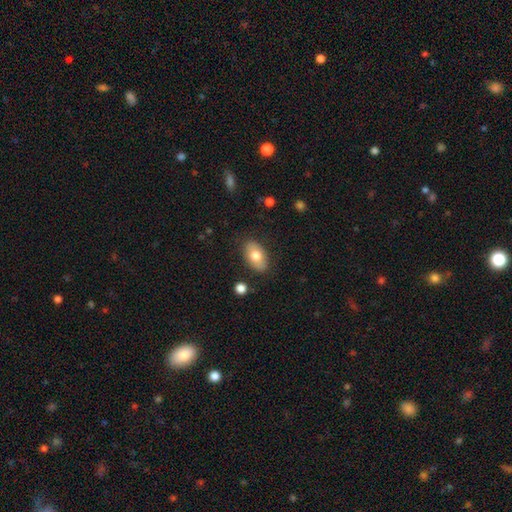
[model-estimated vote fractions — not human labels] A smooth galaxy with no disk features (74%) that is in between round and cigar-shaped (92%).

Vote fractions:
- Smooth or featured? smooth: 74% / featured or disk: 20% / star or artifact: 7%
- How rounded? in between: 92% / round: 7% / cigar-shaped: 2%
- Merging? none: 84% / minor disturbance: 11% / major disturbance: 3% / merger: 2%